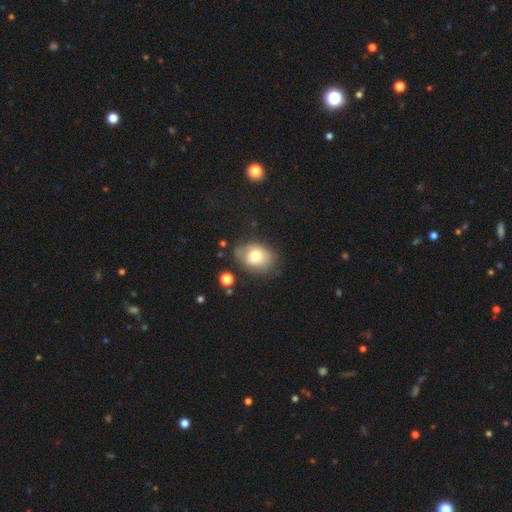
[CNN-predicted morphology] The model was most divided on "how rounded": in between: 69%, round: 30%, cigar-shaped: 1%. More confident: smooth or featured — smooth (72%); merging — none (66%).